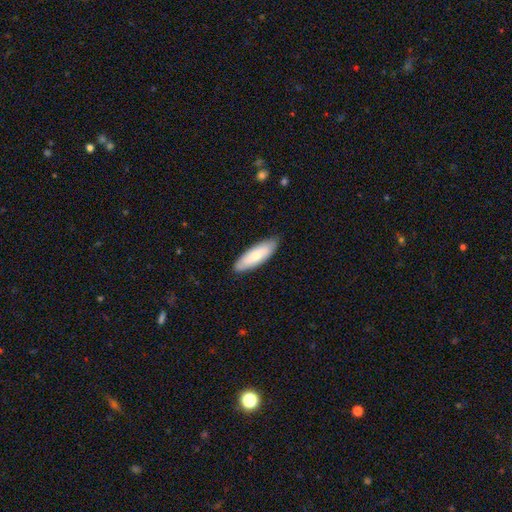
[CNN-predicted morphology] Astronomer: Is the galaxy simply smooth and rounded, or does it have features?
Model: smooth — 67%.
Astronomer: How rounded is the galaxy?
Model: in between — 58% (runner-up: cigar-shaped, 41%).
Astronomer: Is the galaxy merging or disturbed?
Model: none — 86%.